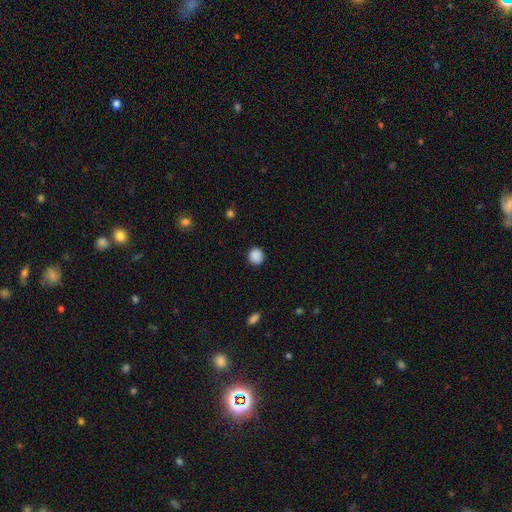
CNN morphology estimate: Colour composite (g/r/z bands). It shows a smooth galaxy with no disk features (88%) that is round (88%). Merging: none (90%).